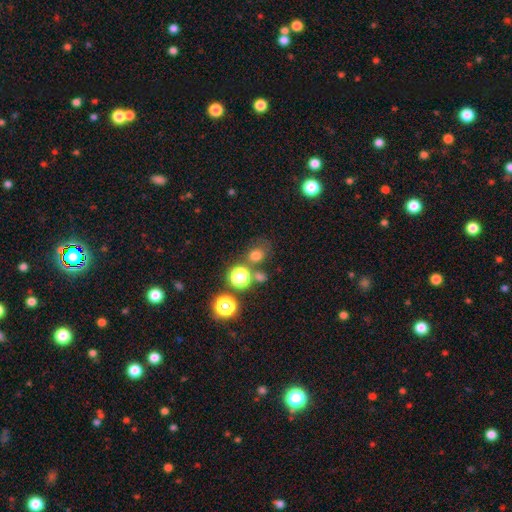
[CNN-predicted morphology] type=smooth (70%); roundness=round (71%); merging=none (66%).